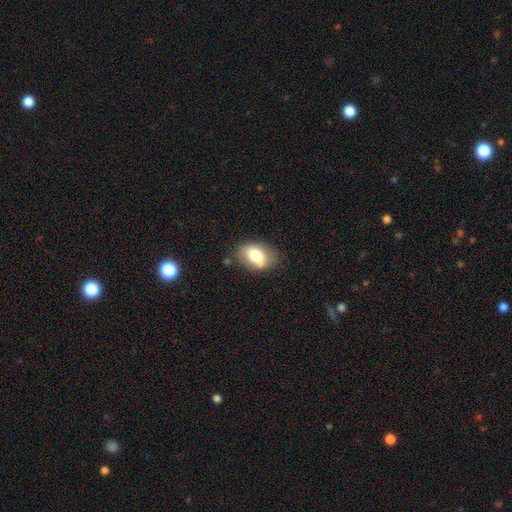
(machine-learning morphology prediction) Smooth or featured? smooth (75%)
How rounded? in between (83%)
Merging? none (65%)